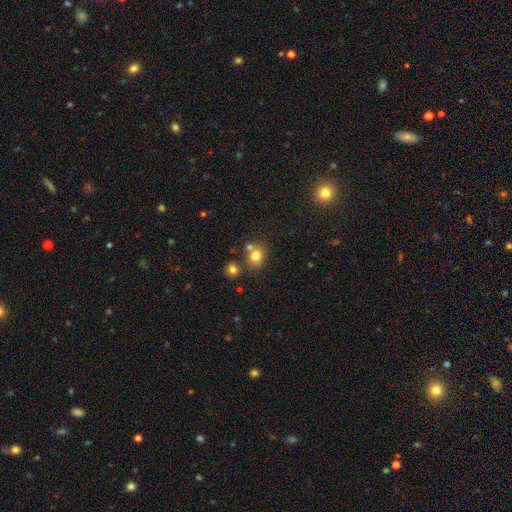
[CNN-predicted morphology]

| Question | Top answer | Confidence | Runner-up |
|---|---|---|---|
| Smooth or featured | smooth | 78% | star or artifact (13%) |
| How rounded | round | 72% | in between (27%) |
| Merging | none | 60% | merger (24%) |